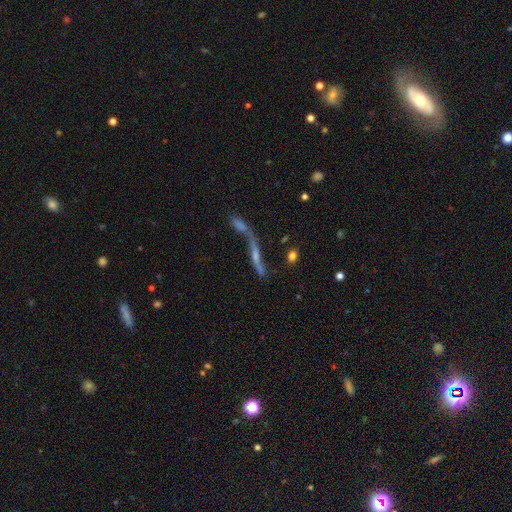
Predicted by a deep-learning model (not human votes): Q: Smooth or featured?
A: featured or disk (59%); runner-up: smooth (21%)
Q: Edge-on disk?
A: no (51%); runner-up: yes (49%)
Q: Merging?
A: merger (44%); runner-up: none (29%)